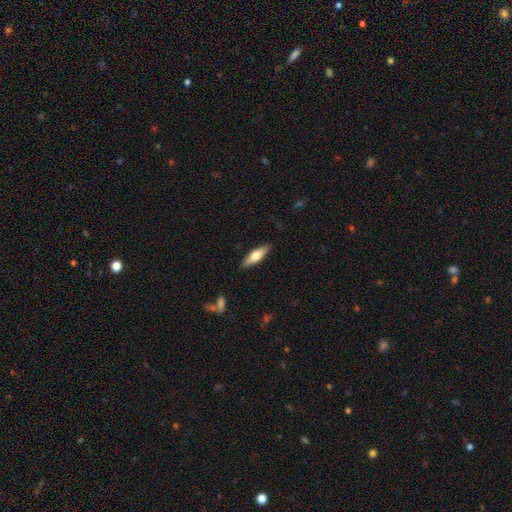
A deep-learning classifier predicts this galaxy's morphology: This is likely a smooth galaxy (60%). How rounded: possibly cigar-shaped (54%). Merging: clearly none (88%).